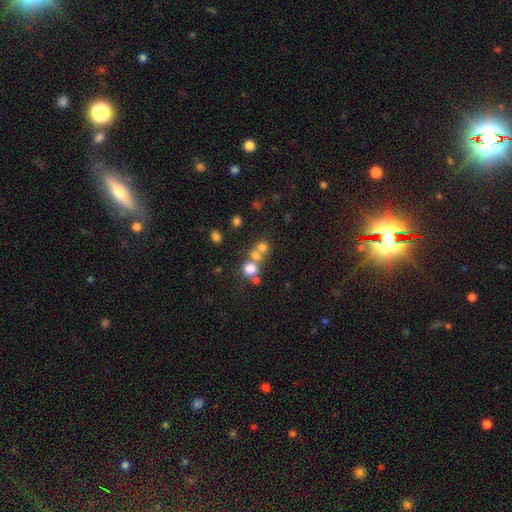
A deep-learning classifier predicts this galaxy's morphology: smooth-or-featured: smooth: 68% | star or artifact: 17% | featured or disk: 14%
  how-rounded: round: 80% | in between: 19% | cigar-shaped: 1%
  merging: merger: 48% | none: 40% | minor disturbance: 7% | major disturbance: 4%